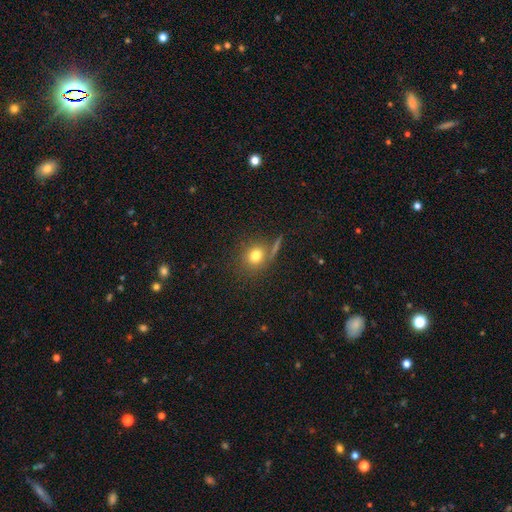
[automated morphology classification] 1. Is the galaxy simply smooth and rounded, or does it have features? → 76% smooth, 13% star or artifact, 11% featured or disk.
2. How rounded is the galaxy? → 78% round, 20% in between, 2% cigar-shaped.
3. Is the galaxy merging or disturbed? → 69% none, 12% minor disturbance, 12% merger, 7% major disturbance.